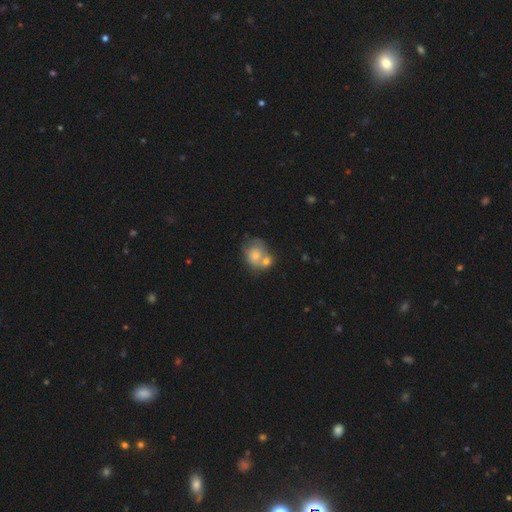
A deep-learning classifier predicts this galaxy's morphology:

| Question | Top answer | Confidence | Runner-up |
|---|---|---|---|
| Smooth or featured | smooth | 66% | featured or disk (26%) |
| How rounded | round | 62% | in between (37%) |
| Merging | merger | 58% | none (24%) |